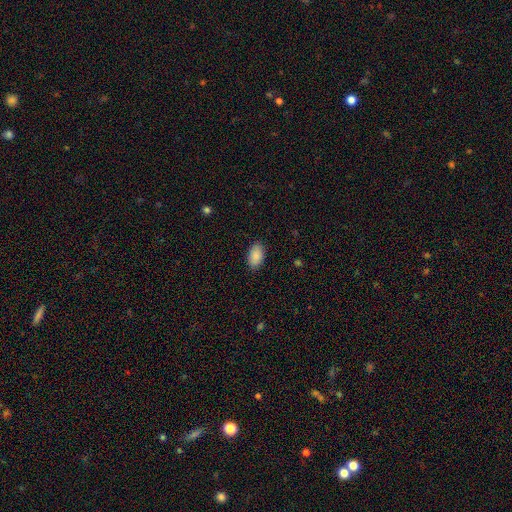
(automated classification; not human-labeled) smooth-or-featured: smooth: 89% | star or artifact: 7% | featured or disk: 4%
  how-rounded: in between: 94% | round: 4% | cigar-shaped: 2%
  merging: none: 87% | minor disturbance: 9% | major disturbance: 2% | merger: 1%